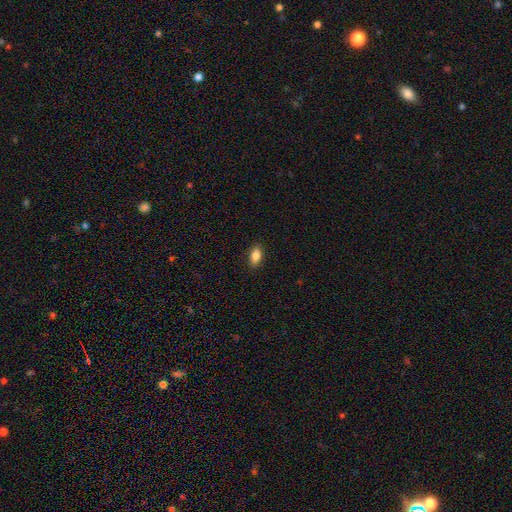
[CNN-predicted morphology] Smooth or featured? Predicted: smooth (p=0.86). How rounded? Predicted: in between (p=0.90). Merging? Predicted: none (p=0.89).